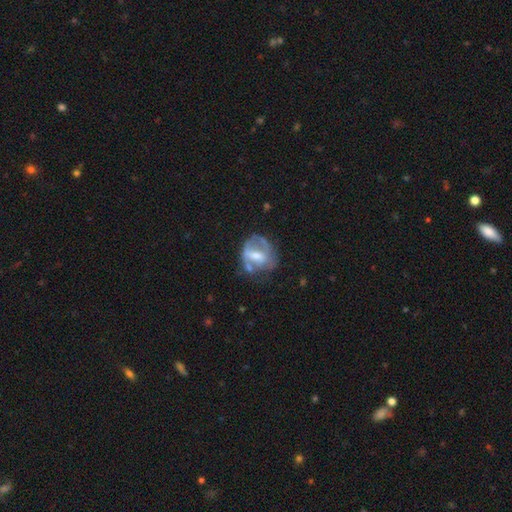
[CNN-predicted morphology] This is possibly a featured or disk galaxy (57%). It is clearly not viewed edge-on (96%). Bar: marginally weak (42%). Spiral arm pattern: possibly no (59%). Central bulge: possibly moderate (54%). Merging: marginally none (39%).